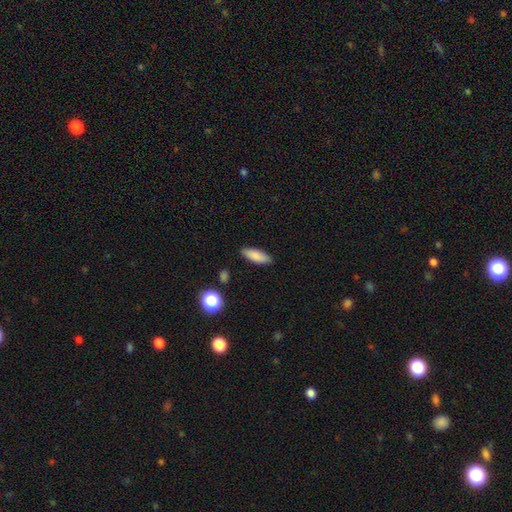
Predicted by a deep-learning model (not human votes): This appears to be a smooth galaxy with no disk features (84%) that is in between round and cigar-shaped (60%). Merging: none (87%).